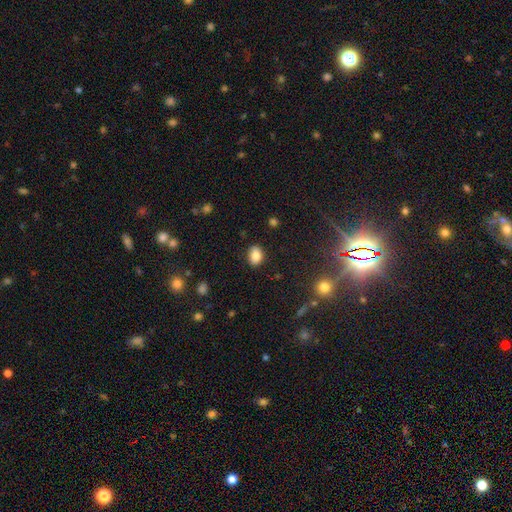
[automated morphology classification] Smooth or featured? smooth (85%)
How rounded? in between (74%)
Merging? none (86%)